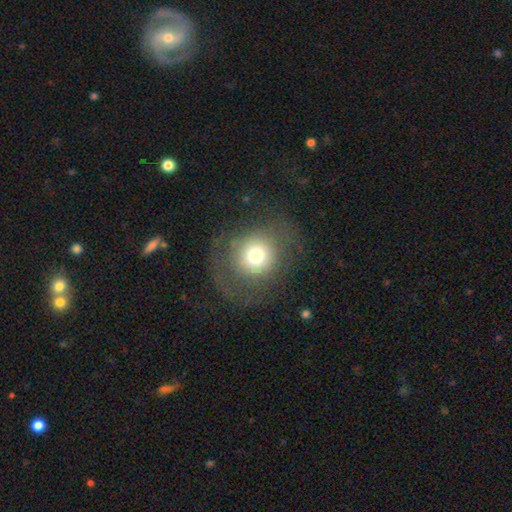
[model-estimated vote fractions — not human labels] smooth 63%, featured or disk 23%, star or artifact 14%. Down the decision tree: how rounded — round (88%); merging — none (67%).